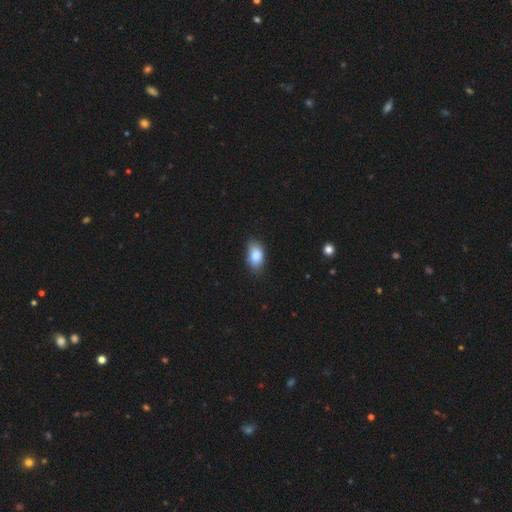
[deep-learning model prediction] This appears to be a smooth galaxy with no disk features (85%) that is in between round and cigar-shaped (90%). Merging: none (75%).